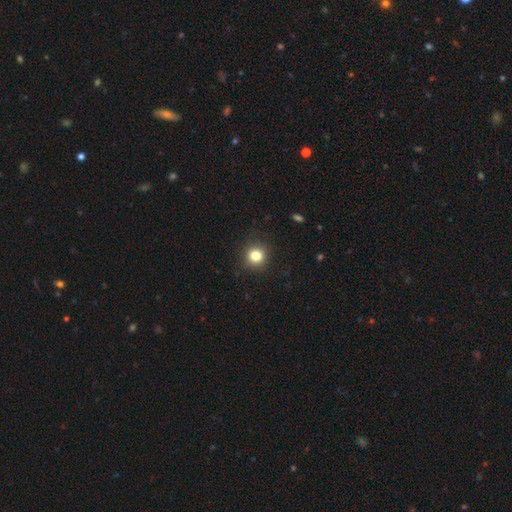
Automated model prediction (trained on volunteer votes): A smooth galaxy with no disk features (82%) that is round (91%). Merging: none (90%).